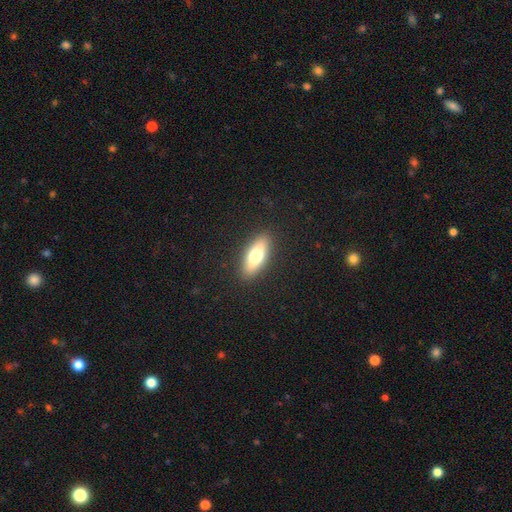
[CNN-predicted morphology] type=smooth (70%); roundness=in between (66%); merging=none (89%).